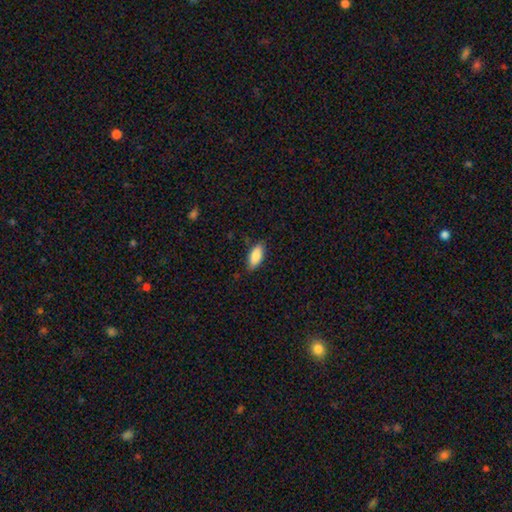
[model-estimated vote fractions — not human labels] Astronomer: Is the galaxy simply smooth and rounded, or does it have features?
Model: smooth — 87%.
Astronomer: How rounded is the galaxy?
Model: in between — 88%.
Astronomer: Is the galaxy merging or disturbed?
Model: none — 81%.